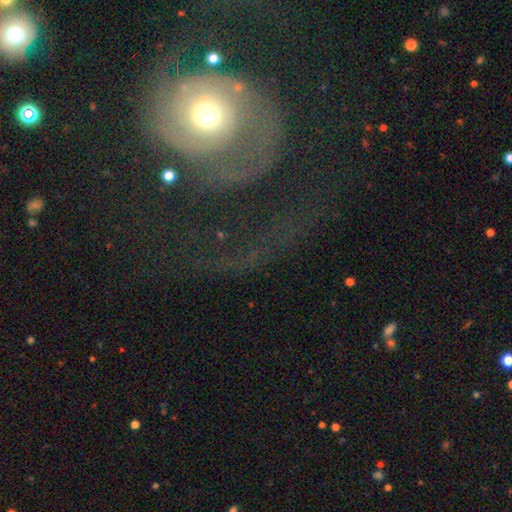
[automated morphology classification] The model was most divided on "merging": none: 43%, major disturbance: 41%, minor disturbance: 12%, merger: 4%. Remaining: edge-on disk — no (97%); spiral arms — yes (83%); bar — no (75%); smooth or featured — featured or disk (74%); bulge size — moderate (64%); spiral arm count — 2 (58%); spiral winding — medium (37%).